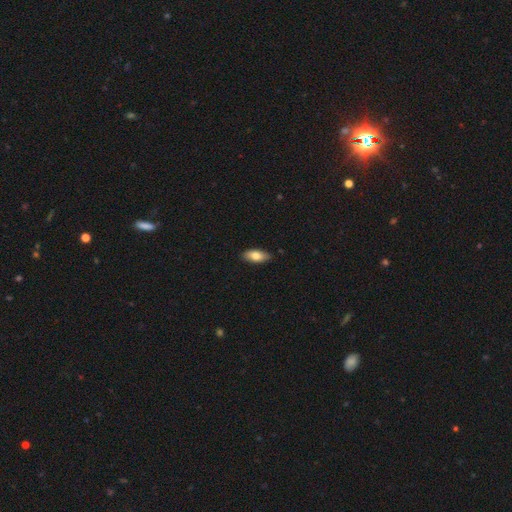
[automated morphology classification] A smooth galaxy with no disk features (79%) that is in between round and cigar-shaped (85%).

Vote fractions:
- Smooth or featured? smooth: 79% / featured or disk: 15% / star or artifact: 6%
- How rounded? in between: 85% / cigar-shaped: 12% / round: 2%
- Merging? none: 88% / minor disturbance: 9% / major disturbance: 2% / merger: 1%